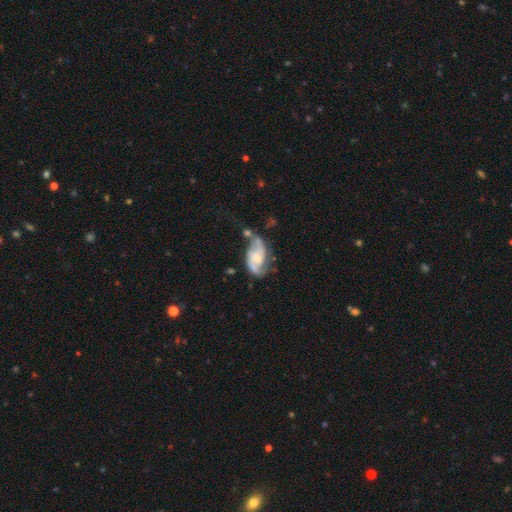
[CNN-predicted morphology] smooth-or-featured: featured or disk: 76% | smooth: 17% | star or artifact: 7%
  disk-edge-on: no: 96% | yes: 4%
    bar: no: 58% | weak: 34% | strong: 8%
    has-spiral-arms: yes: 91% | no: 9%
      spiral-winding: medium: 45% | loose: 33% | tight: 22%
      spiral-arm-count: 2: 81% | can't tell: 9% | 1: 4% | 3: 3% | 4: 1% | more than 4: 1%
    bulge-size: small: 43% (tied) | moderate: 43% (tied) | none: 8% | large: 5% | dominant: 1%
  merging: none: 40% | minor disturbance: 26% | major disturbance: 18% | merger: 16%